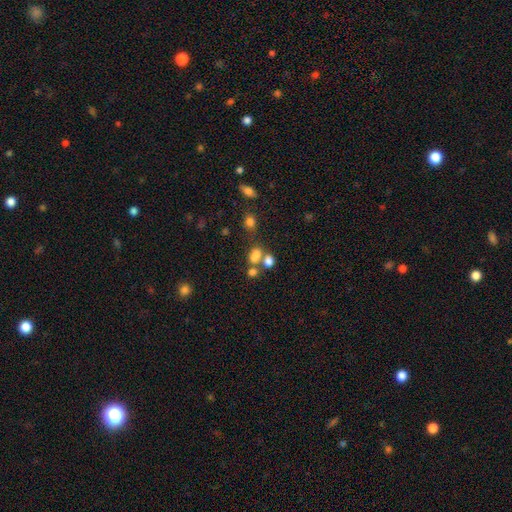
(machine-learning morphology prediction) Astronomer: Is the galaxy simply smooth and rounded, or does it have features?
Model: smooth — 71%.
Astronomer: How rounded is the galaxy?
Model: in between — 63%.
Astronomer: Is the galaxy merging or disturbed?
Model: merger — 44% (runner-up: none, 37%).